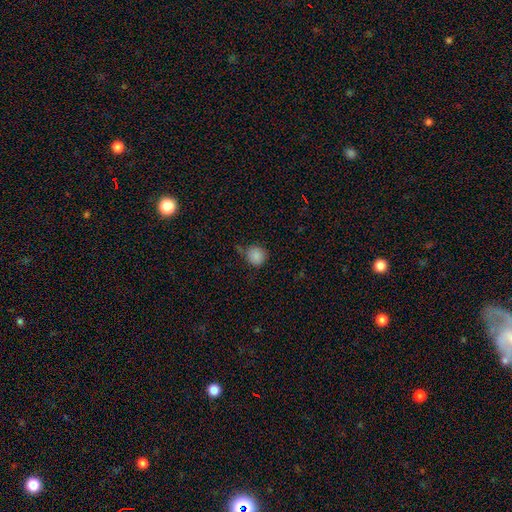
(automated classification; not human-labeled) Morphology: type=smooth (87%); roundness=round (90%); merging=none (68%).